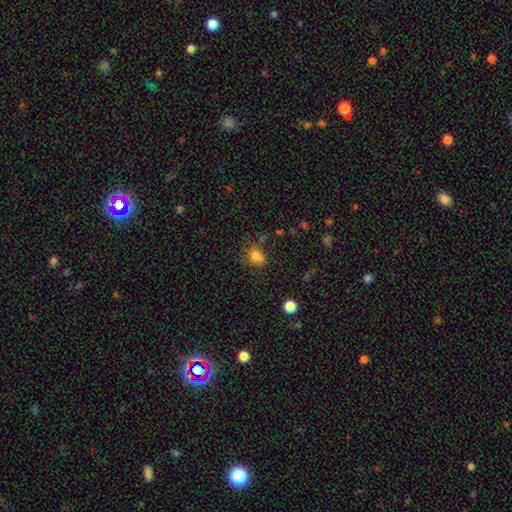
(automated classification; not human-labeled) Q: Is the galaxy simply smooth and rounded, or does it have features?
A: smooth — 76%.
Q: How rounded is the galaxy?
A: round — 62%.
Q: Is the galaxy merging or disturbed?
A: none — 52%.